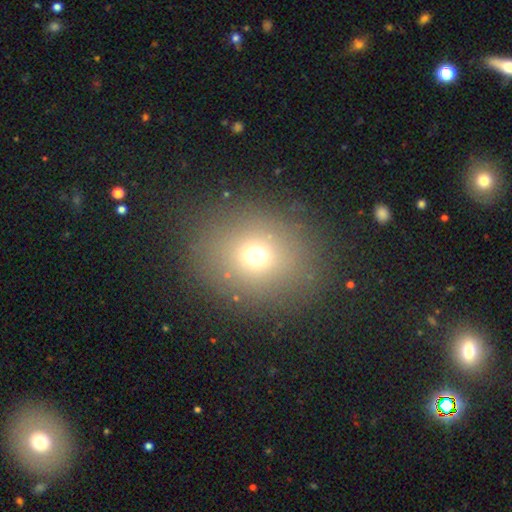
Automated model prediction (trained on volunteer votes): smooth_or_featured: smooth (p=0.68) [alt: star or artifact p=0.21]
how_rounded: round (p=0.69) [alt: in between p=0.30]
merging: none (p=0.84) [alt: minor disturbance p=0.09]